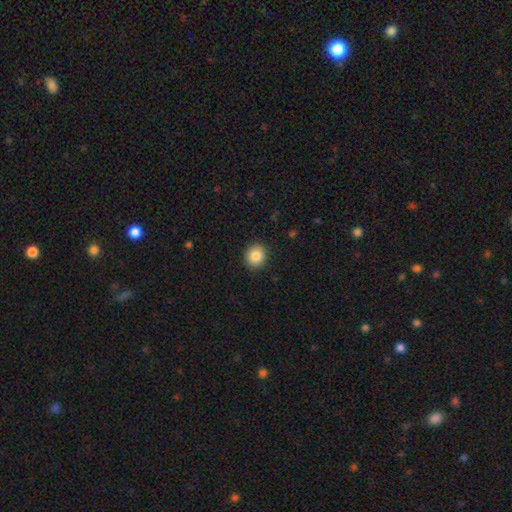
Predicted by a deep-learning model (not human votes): smooth_or_featured: smooth (p=0.85) [alt: star or artifact p=0.09]
how_rounded: round (p=0.83) [alt: in between p=0.16]
merging: none (p=0.91) [alt: minor disturbance p=0.06]